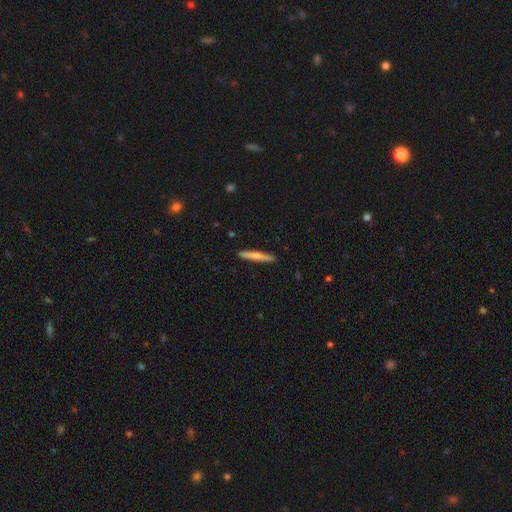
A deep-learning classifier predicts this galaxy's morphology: Overall: smooth (66%; featured or disk 29%). How rounded: cigar-shaped (95%). Merging: none (91%).